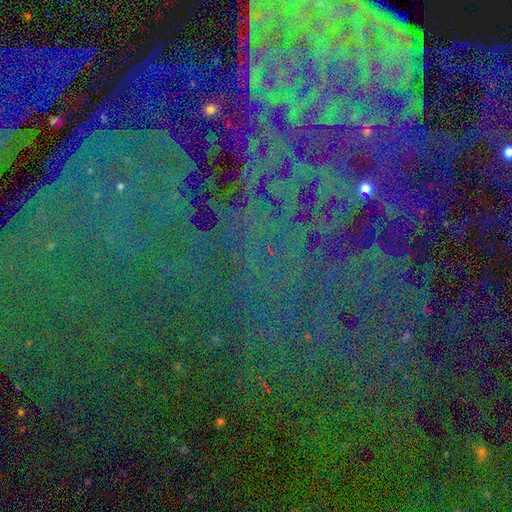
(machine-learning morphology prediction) type=star or artifact (81%).